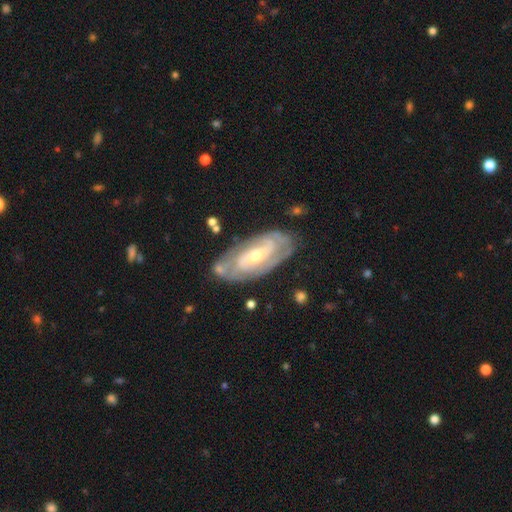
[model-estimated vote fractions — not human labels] This is clearly a featured or disk galaxy (81%). It is clearly not viewed edge-on (92%). Bar: possibly no (50%). Spiral arm pattern: clearly yes (86%). Spiral arm count: possibly 2 (47%). Spiral winding: likely tight (62%). Central bulge: possibly small (55%). Merging: likely none (73%).